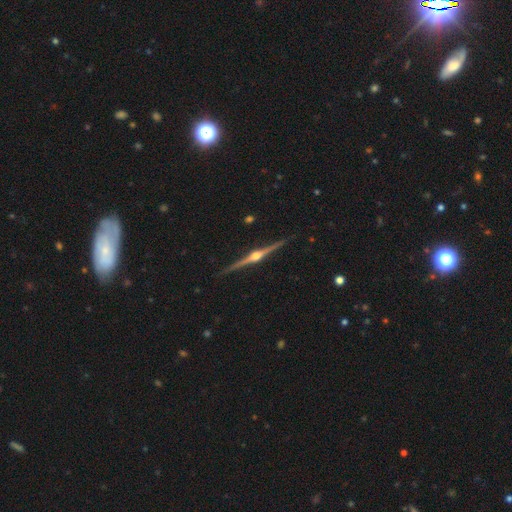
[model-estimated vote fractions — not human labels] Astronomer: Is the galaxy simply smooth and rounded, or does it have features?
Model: featured or disk — 89%.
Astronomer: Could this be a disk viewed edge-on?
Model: yes — 99%.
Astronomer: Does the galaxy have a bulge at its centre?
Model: rounded — 96%.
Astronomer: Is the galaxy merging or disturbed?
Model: none — 91%.